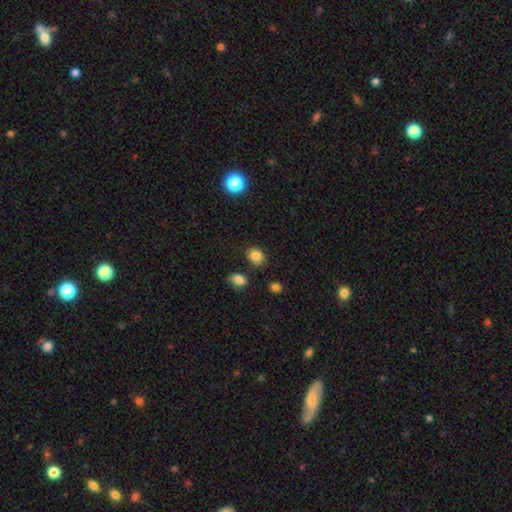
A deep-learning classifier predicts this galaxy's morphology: Smooth or featured?
  - smooth: 84% *
  - star or artifact: 11%
  - featured or disk: 5%
How rounded?
  - round: 65% *
  - in between: 34%
  - cigar-shaped: 1%
Merging?
  - none: 76% *
  - minor disturbance: 15%
  - merger: 5%
  - major disturbance: 4%